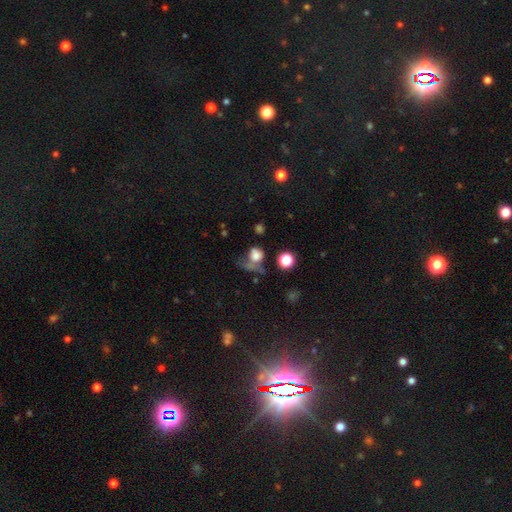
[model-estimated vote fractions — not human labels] This appears to be a smooth galaxy with no disk features (70%) that is round (72%). Merging: none (35%).